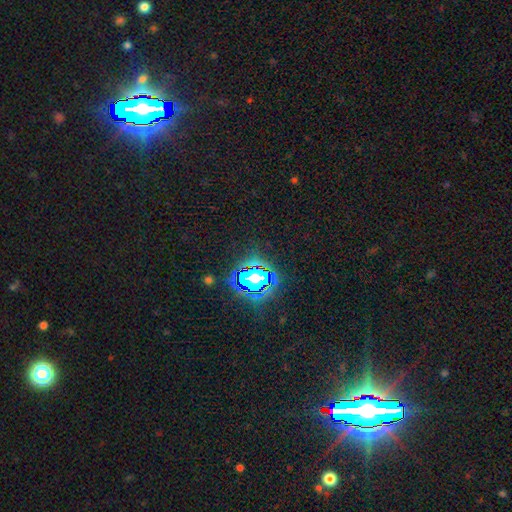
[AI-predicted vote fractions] Morphology: type=star or artifact (85%).